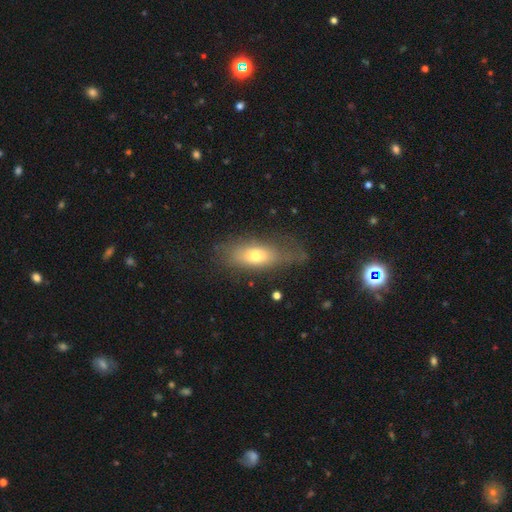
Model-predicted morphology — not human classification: smooth 65%, featured or disk 26%, star or artifact 9%. Down the decision tree: how rounded — in between (73%); merging — none (56%).